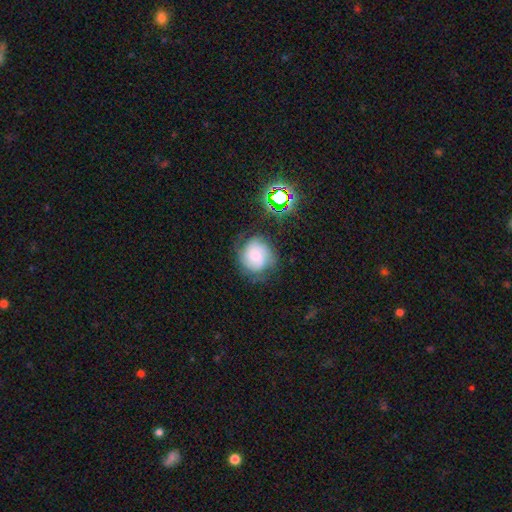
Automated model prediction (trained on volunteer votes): This appears to be a featured or disk galaxy (50%). Merging: none (61%).